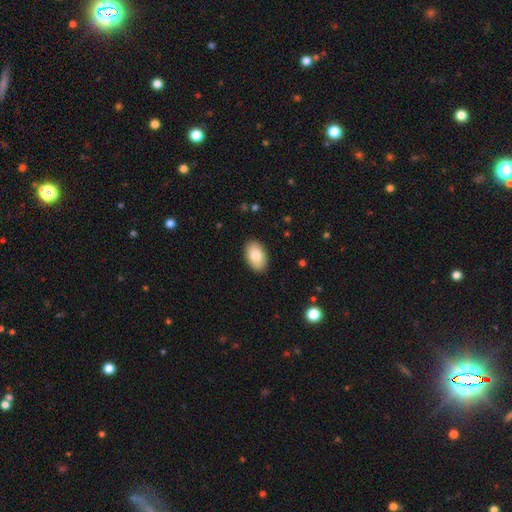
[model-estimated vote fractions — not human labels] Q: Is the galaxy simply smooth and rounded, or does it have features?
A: smooth — 83%.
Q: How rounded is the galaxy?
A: in between — 93%.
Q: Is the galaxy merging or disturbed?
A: none — 89%.